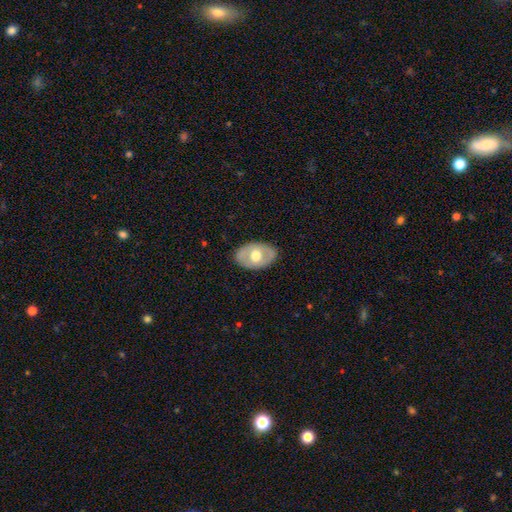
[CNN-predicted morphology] featured or disk 48%, smooth 47%, star or artifact 5%. Down the decision tree: merging — none (83%).